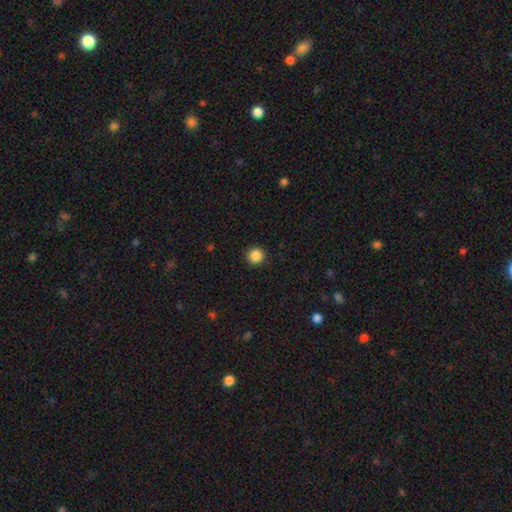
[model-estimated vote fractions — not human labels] Morphology: type=smooth (87%); roundness=round (96%); merging=none (93%).